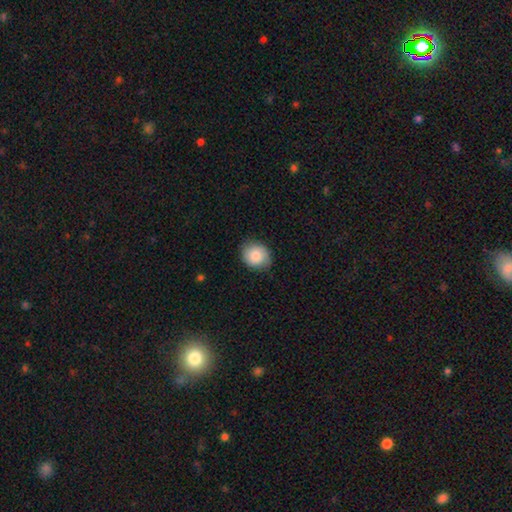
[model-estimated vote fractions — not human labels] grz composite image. It shows a smooth galaxy with no disk features (83%) that is round (67%). Merging: none (80%).